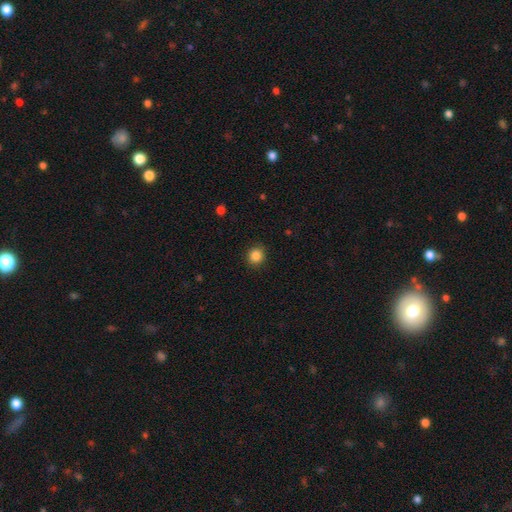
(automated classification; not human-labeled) Overall: smooth (86%). How rounded: round (89%). Merging: none (89%).